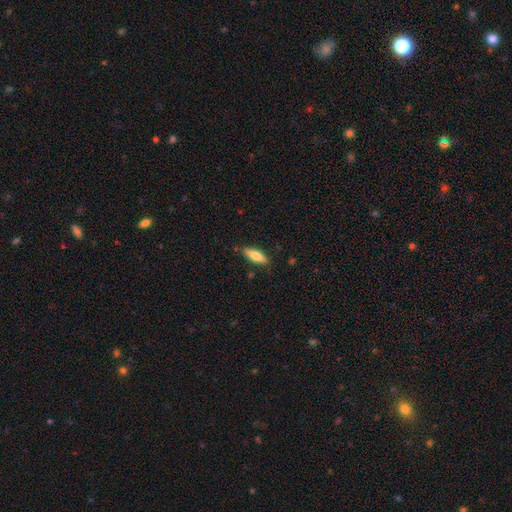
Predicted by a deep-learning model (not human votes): The model was most divided on "how rounded": in between: 56%, cigar-shaped: 42%, round: 2%. More confident: merging — none (84%); smooth or featured — smooth (73%).